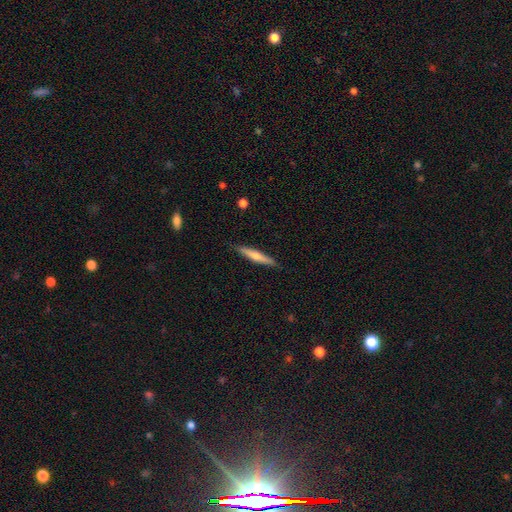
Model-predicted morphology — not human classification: Smooth or featured: smooth — 53% (featured or disk — 41%)
How rounded: cigar-shaped — 91% (in between — 8%)
Merging: none — 89% (minor disturbance — 8%)